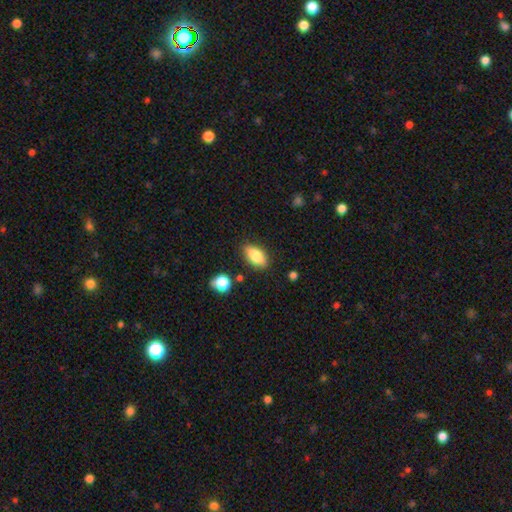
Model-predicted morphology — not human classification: Overall: smooth (83%). How rounded: in between (89%). Merging: none (82%).